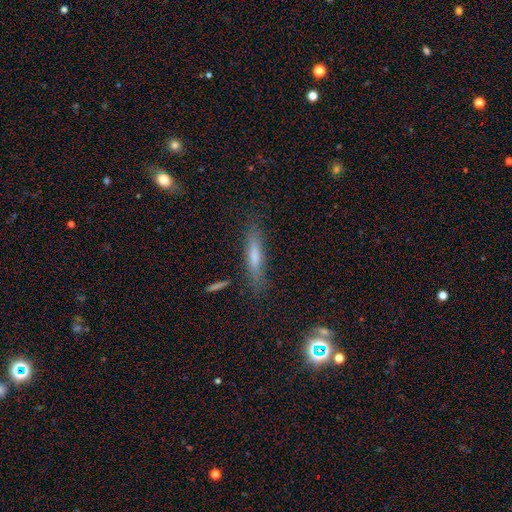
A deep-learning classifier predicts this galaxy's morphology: This appears to be a smooth galaxy with no disk features (56%) that is cigar-shaped (83%). Merging: none (79%).